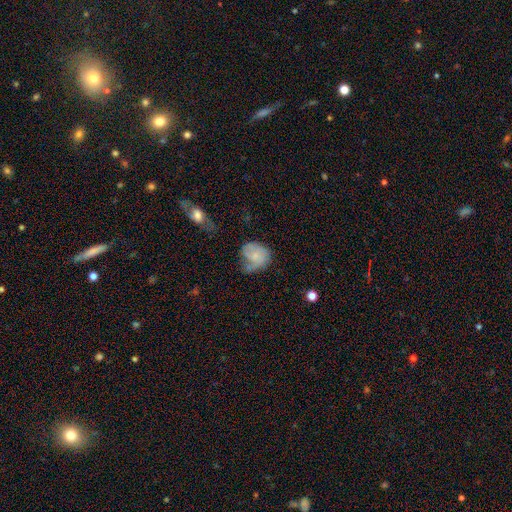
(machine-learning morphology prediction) Smooth or featured? smooth (60%)
How rounded? round (60%)
Merging? minor disturbance (33%)